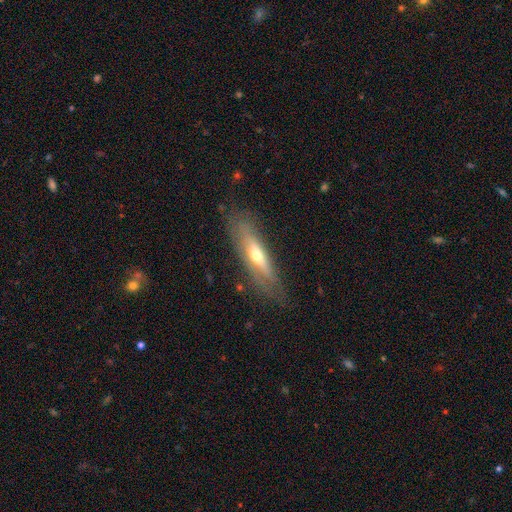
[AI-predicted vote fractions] Smooth or featured? Predicted: featured or disk (p=0.55). Edge-on disk? Predicted: yes (p=0.69). Merging? Predicted: none (p=0.75).